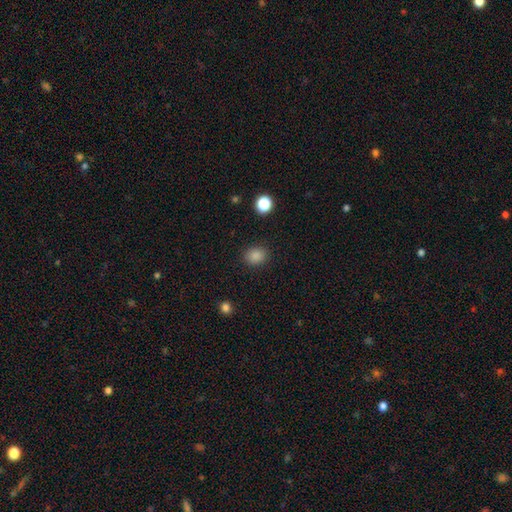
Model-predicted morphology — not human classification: Smooth or featured: smooth — 86% (star or artifact — 11%)
How rounded: round — 54% (in between — 45%)
Merging: none — 87% (minor disturbance — 8%)